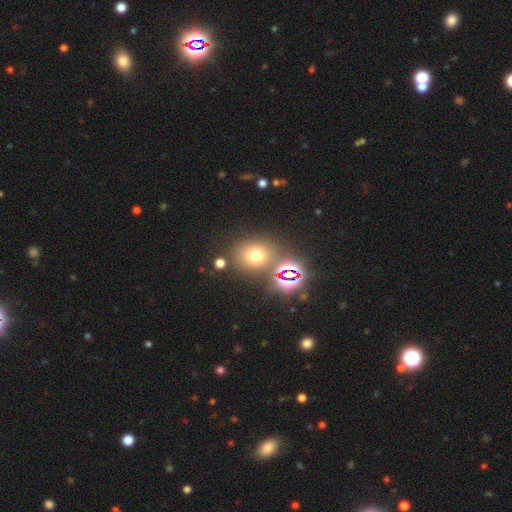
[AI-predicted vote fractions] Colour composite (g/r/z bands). It shows a smooth galaxy with no disk features (63%) that is round (69%). Merging: none (75%).